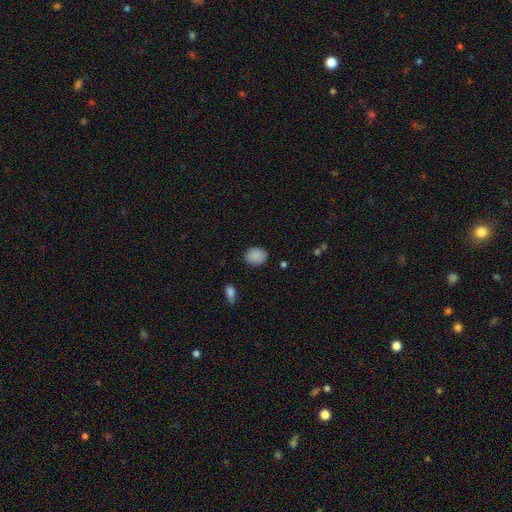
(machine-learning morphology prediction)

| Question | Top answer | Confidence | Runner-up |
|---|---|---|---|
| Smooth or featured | smooth | 88% | star or artifact (8%) |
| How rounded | round | 52% | in between (47%) |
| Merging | none | 85% | minor disturbance (11%) |